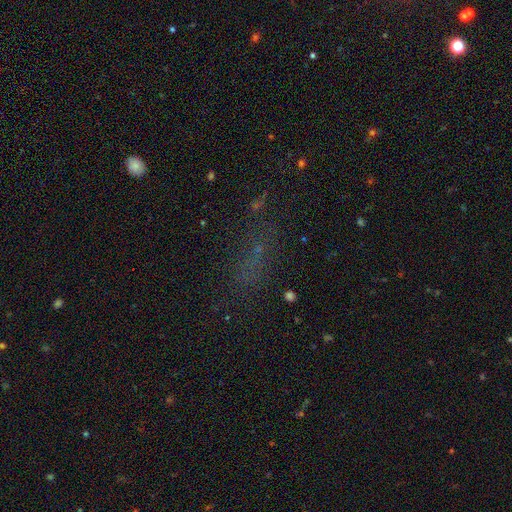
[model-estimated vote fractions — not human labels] Overall: star or artifact (42%; smooth 41%).